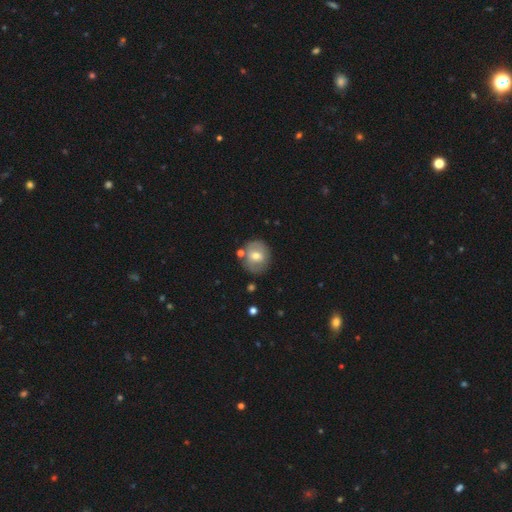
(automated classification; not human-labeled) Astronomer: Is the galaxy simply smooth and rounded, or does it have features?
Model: smooth — 54% (runner-up: featured or disk, 39%).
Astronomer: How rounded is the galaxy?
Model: round — 78%.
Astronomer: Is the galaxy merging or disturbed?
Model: none — 73%.